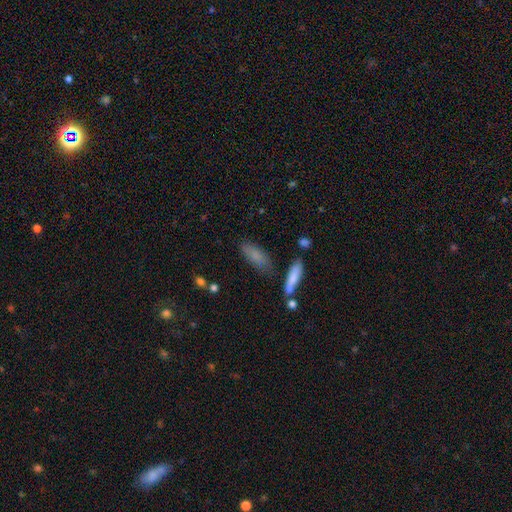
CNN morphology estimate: The model was most divided on "how rounded": in between: 62%, cigar-shaped: 36%, round: 3%. More confident: smooth or featured — smooth (79%); merging — none (68%).